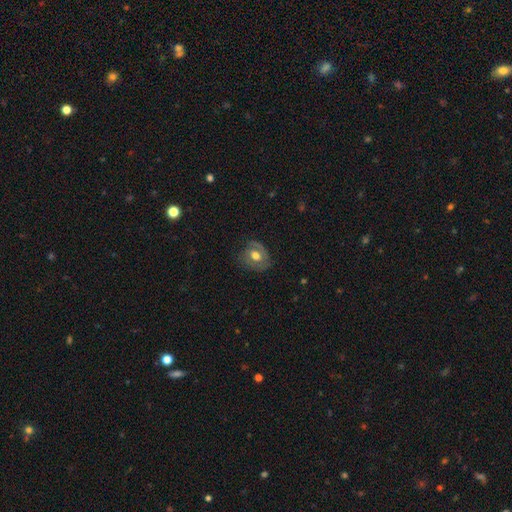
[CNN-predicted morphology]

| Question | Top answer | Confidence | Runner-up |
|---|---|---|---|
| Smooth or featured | featured or disk | 48% | smooth (45%) |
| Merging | none | 66% | minor disturbance (23%) |